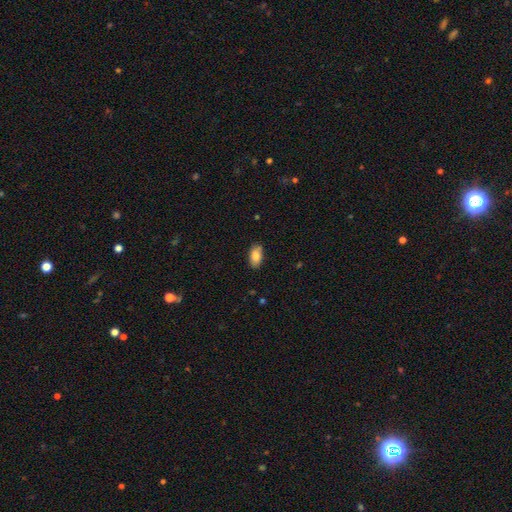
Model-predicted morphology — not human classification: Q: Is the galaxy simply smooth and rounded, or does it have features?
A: smooth — 84%.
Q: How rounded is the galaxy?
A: in between — 92%.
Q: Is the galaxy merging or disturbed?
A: none — 83%.